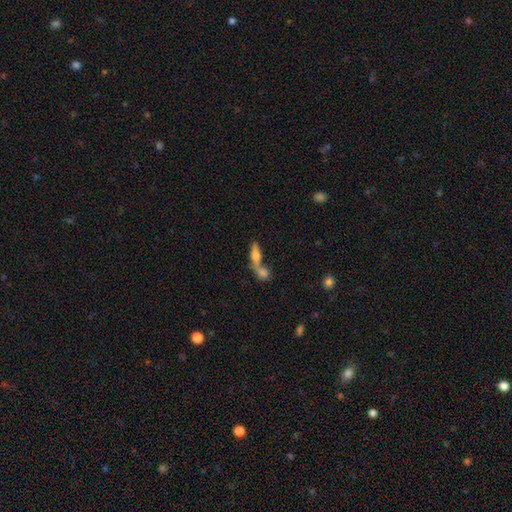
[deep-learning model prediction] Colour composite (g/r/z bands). It shows a smooth galaxy with no disk features (60%) that is in between round and cigar-shaped (49%). Merging: merger (62%).